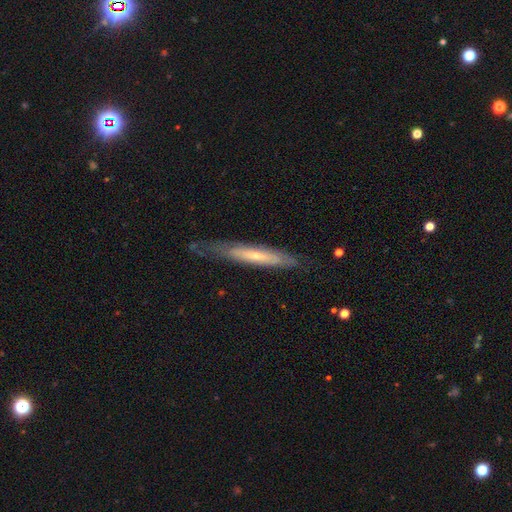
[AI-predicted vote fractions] Smooth or featured?
  - featured or disk: 56% *
  - smooth: 39%
  - star or artifact: 6%
Edge-on disk?
  - yes: 71% *
  - no: 29%
Merging?
  - none: 70% *
  - minor disturbance: 21%
  - major disturbance: 7%
  - merger: 2%